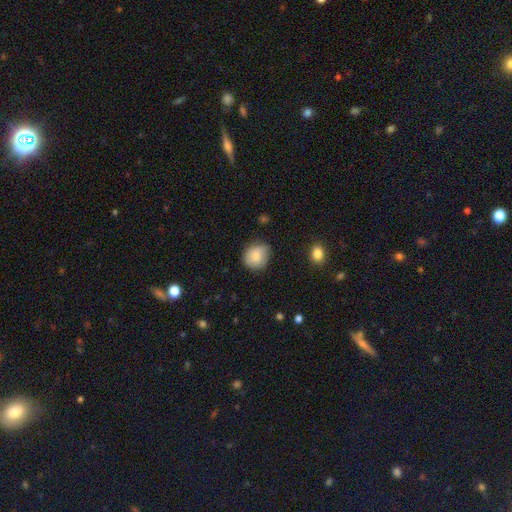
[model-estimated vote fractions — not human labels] Smooth or featured: smooth — 81% (featured or disk — 12%)
How rounded: round — 74% (in between — 25%)
Merging: none — 74% (minor disturbance — 20%)